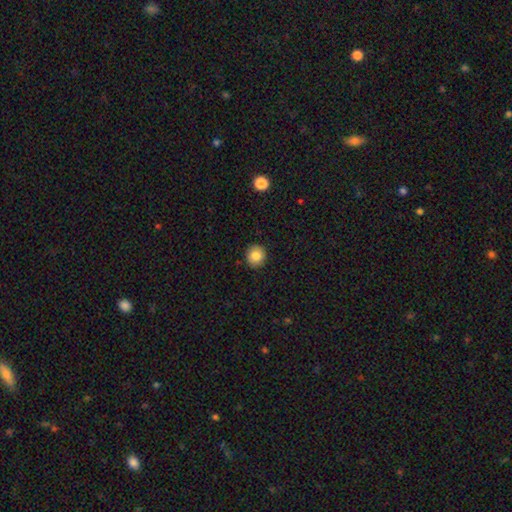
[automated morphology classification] Overall: smooth (84%). How rounded: round (88%). Merging: none (91%).